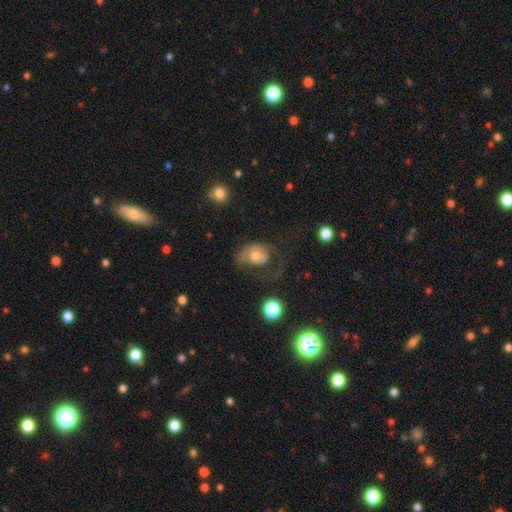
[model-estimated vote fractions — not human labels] smooth_or_featured: smooth (p=0.51) [alt: featured or disk p=0.40]
how_rounded: in between (p=0.65) [alt: round p=0.34]
merging: major disturbance (p=0.48) [alt: none p=0.27]